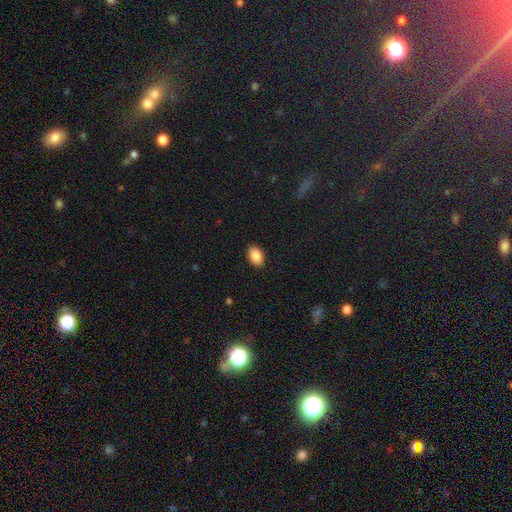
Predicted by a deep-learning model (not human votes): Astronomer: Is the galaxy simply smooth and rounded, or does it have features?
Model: smooth — 88%.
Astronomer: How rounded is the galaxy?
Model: in between — 90%.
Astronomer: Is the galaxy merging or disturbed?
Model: none — 90%.